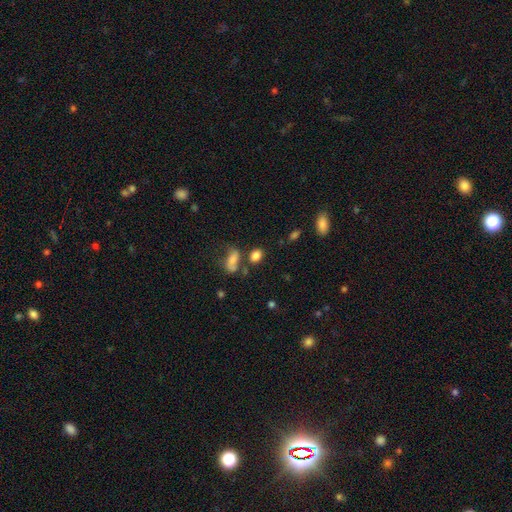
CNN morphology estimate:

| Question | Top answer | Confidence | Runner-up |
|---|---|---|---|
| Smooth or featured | smooth | 82% | star or artifact (12%) |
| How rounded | in between | 71% | round (26%) |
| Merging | none | 60% | merger (18%) |